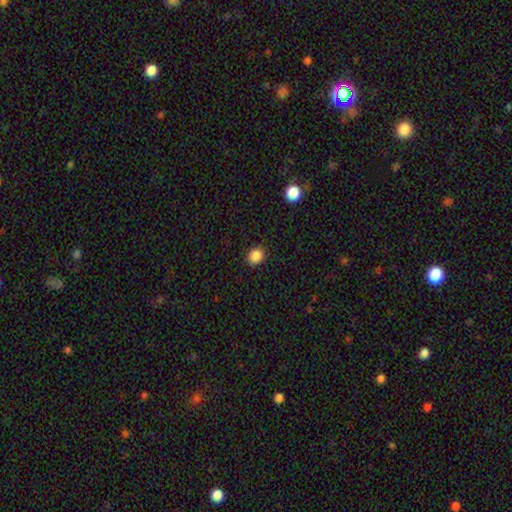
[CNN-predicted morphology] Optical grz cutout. It shows a smooth galaxy with no disk features (87%) that is round (65%). Merging: none (89%).